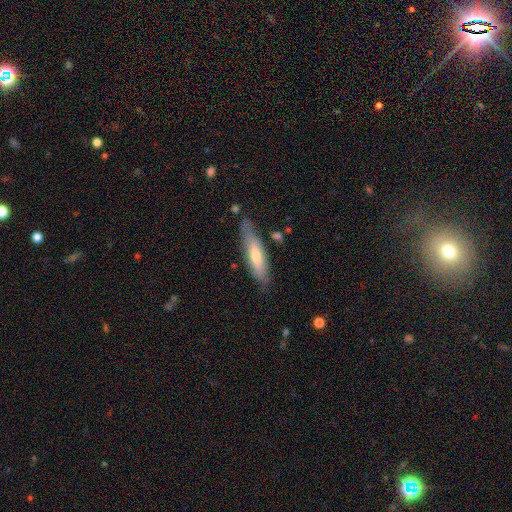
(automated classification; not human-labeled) A smooth galaxy with no disk features (58%) that is cigar-shaped (70%).

Vote fractions:
- Smooth or featured? smooth: 58% / featured or disk: 36% / star or artifact: 6%
- How rounded? cigar-shaped: 70% / in between: 28% / round: 1%
- Merging? none: 75% / minor disturbance: 18% / major disturbance: 4% / merger: 3%